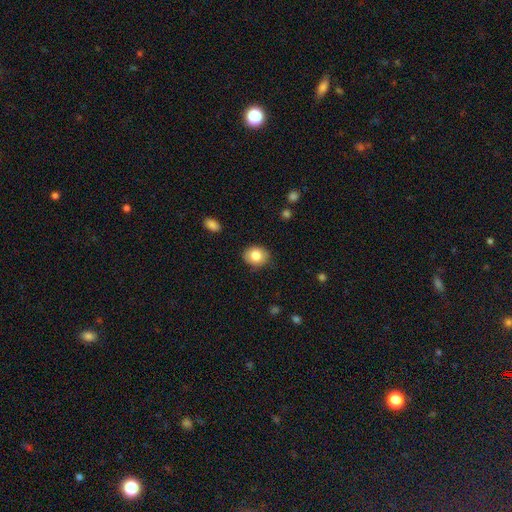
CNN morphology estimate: Overall: smooth (83%). How rounded: round (59%; in between 40%). Merging: none (85%).